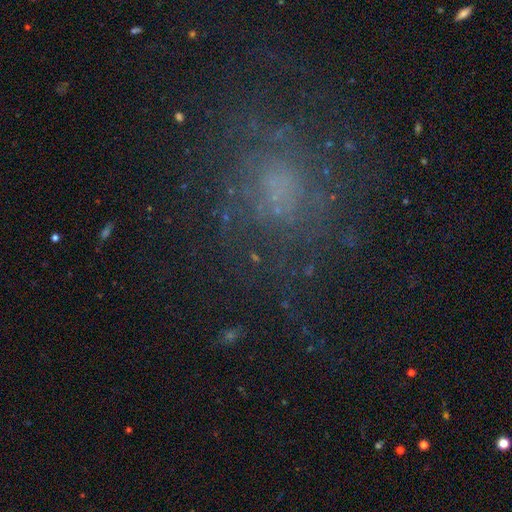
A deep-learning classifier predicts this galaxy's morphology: smooth-or-featured: featured or disk: 49% | smooth: 26% | star or artifact: 25%
  merging: none: 68% | major disturbance: 15% | minor disturbance: 15% | merger: 2%